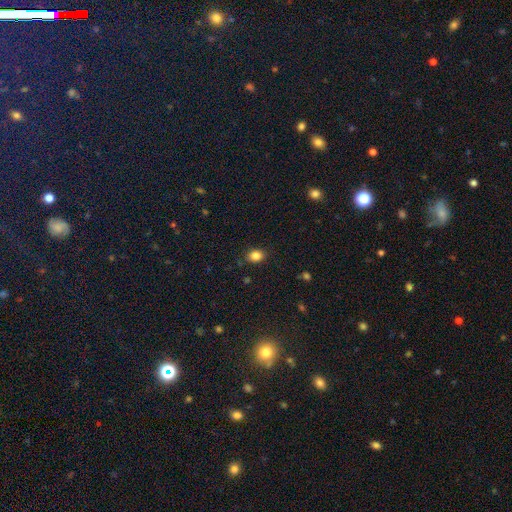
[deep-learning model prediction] This is clearly a smooth galaxy (85%). How rounded: likely in between (63%). Merging: clearly none (84%).